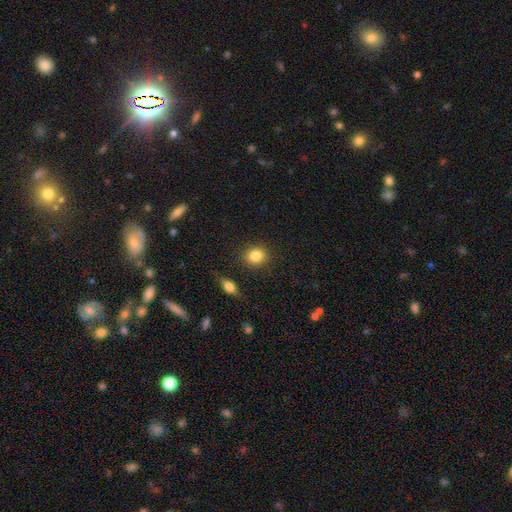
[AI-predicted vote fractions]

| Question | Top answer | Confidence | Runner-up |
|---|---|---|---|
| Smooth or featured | smooth | 85% | star or artifact (9%) |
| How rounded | round | 72% | in between (26%) |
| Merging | none | 86% | minor disturbance (8%) |